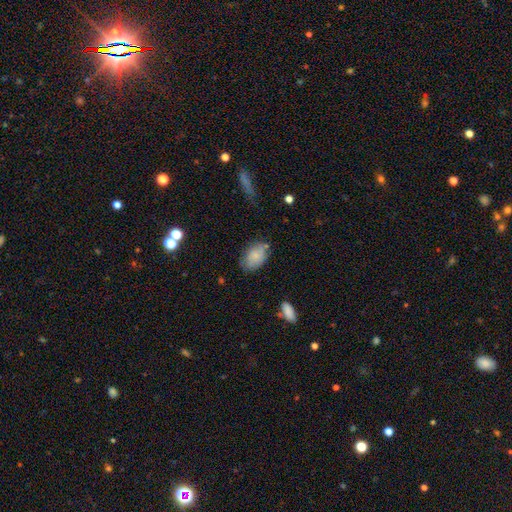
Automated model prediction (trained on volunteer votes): Smooth or featured?
  - smooth: 79% *
  - featured or disk: 14%
  - star or artifact: 8%
How rounded?
  - in between: 87% *
  - round: 11%
  - cigar-shaped: 1%
Merging?
  - none: 65% *
  - minor disturbance: 24%
  - major disturbance: 6%
  - merger: 4%